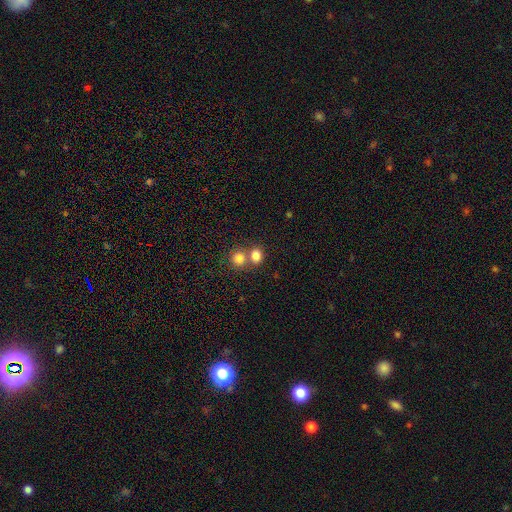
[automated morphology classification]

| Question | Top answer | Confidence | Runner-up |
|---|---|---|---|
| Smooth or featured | smooth | 80% | star or artifact (12%) |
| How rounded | round | 72% | in between (27%) |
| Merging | none | 47% | merger (44%) |